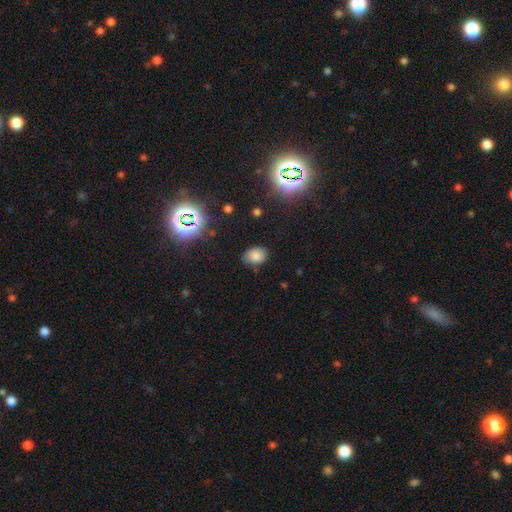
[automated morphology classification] Smooth or featured?
  - smooth: 79% *
  - star or artifact: 14%
  - featured or disk: 7%
How rounded?
  - in between: 66% *
  - round: 33%
  - cigar-shaped: 1%
Merging?
  - none: 75% *
  - minor disturbance: 19%
  - major disturbance: 4%
  - merger: 2%